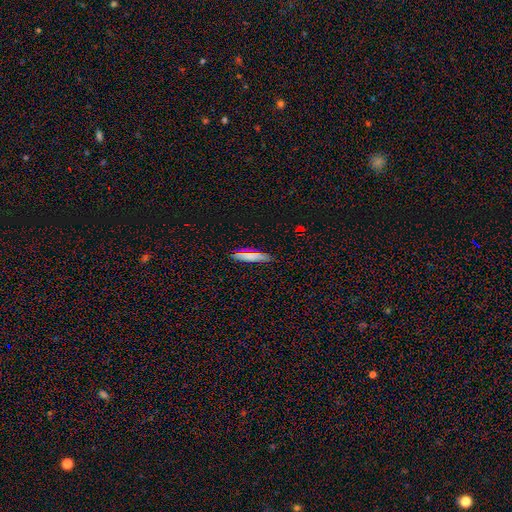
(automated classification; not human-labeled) A smooth galaxy with no disk features (56%) that is cigar-shaped (91%). Merging: none (90%).